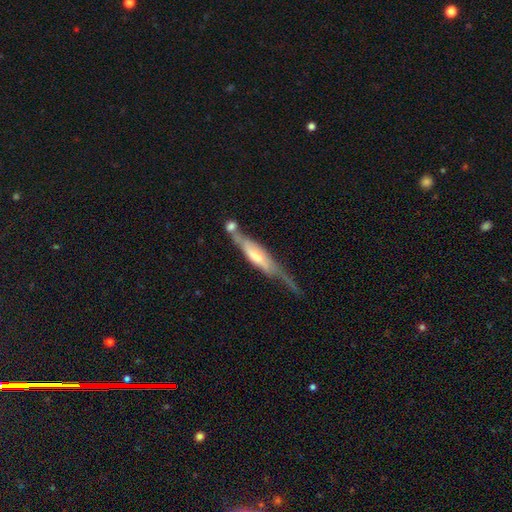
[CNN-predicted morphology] smooth-or-featured: featured or disk: 68% | smooth: 26% | star or artifact: 6%
  disk-edge-on: yes: 80% | no: 20%
    edge-on-bulge: rounded: 48% | boxy: 35% | none: 16%
  merging: none: 40% | minor disturbance: 24% | merger: 21% | major disturbance: 15%